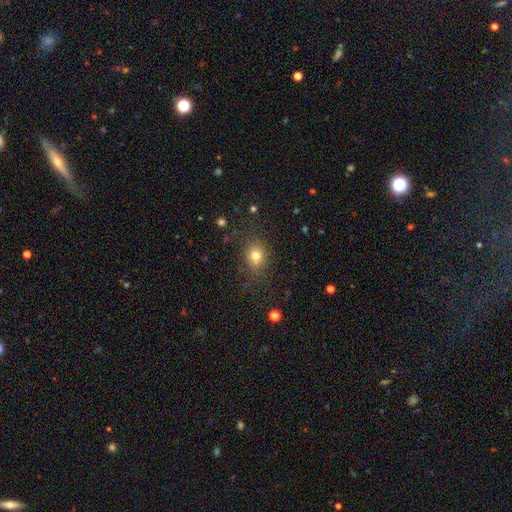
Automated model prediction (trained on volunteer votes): This appears to be a smooth galaxy with no disk features (76%) that is round (59%). Merging: none (76%).